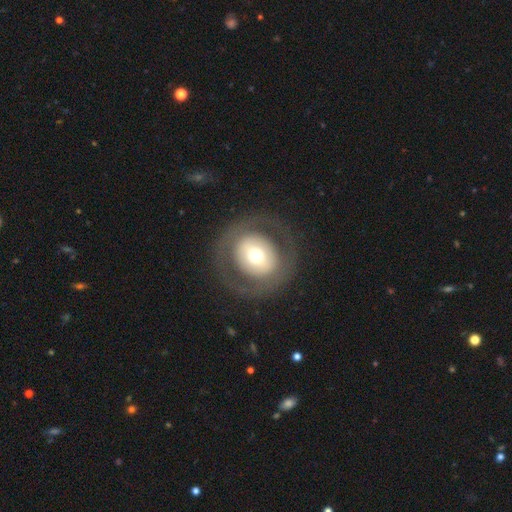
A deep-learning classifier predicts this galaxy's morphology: The model was most divided on "smooth or featured" (2-way tie): featured or disk: 46%, smooth: 46%, star or artifact: 7%. More confident: merging — none (82%).